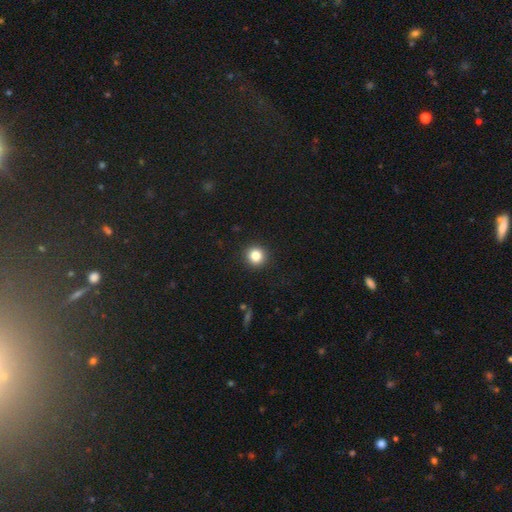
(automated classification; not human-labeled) smooth 83%, star or artifact 11%, featured or disk 6%. Down the decision tree: how rounded — round (93%); merging — none (92%).